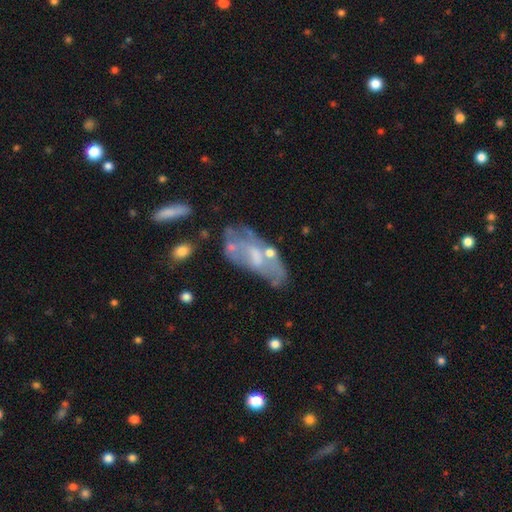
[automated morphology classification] Smooth or featured? featured or disk (61%)
Edge-on disk? no (88%)
Bar? no (63%)
Spiral arms? no (67%)
Bulge size? small (39%)
Merging? none (43%)